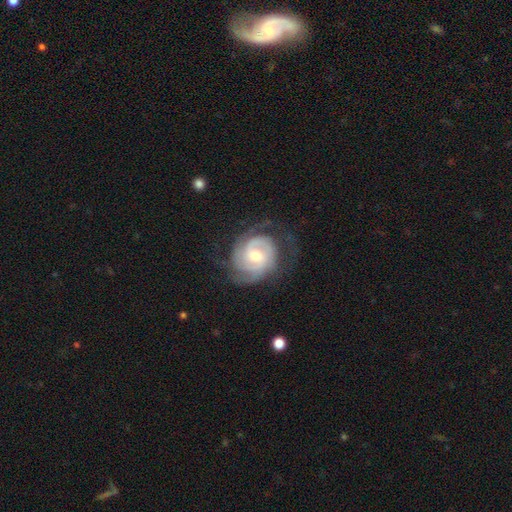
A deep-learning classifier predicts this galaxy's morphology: This appears to be a featured or disk galaxy (84%) with no bar (52%), 2 (38%) tight (64%) spiral arms (95%) and a moderate central bulge (63%). Merging: none (69%).